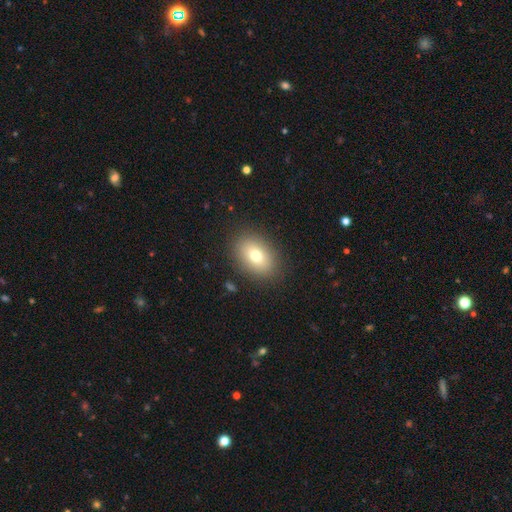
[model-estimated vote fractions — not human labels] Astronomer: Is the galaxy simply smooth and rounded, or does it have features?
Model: smooth — 76%.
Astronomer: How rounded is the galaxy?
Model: in between — 78%.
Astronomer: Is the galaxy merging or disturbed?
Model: none — 87%.